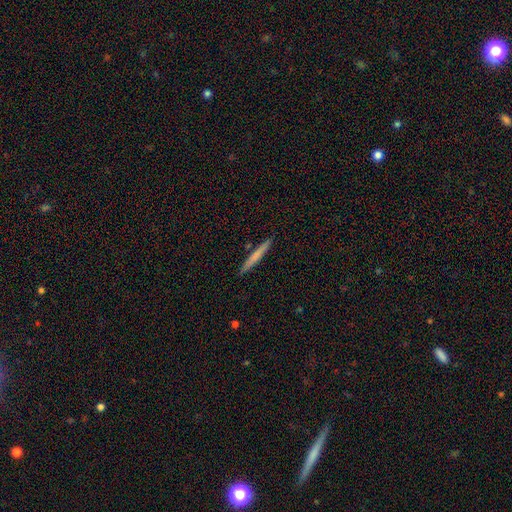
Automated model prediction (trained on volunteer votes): Overall: smooth (65%; featured or disk 30%). How rounded: cigar-shaped (97%). Merging: none (91%).